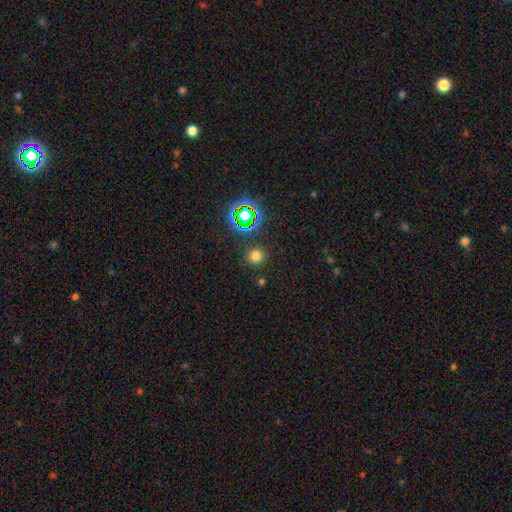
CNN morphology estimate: A smooth galaxy with no disk features (70%) that is round (92%). Merging: none (87%).